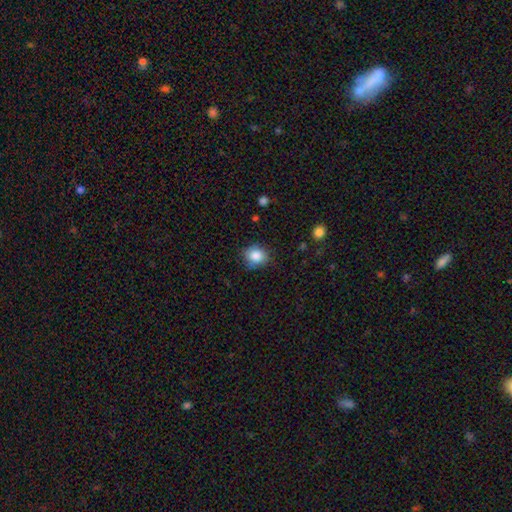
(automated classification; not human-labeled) This is clearly a smooth galaxy (85%). How rounded: likely round (64%). Merging: likely none (79%).